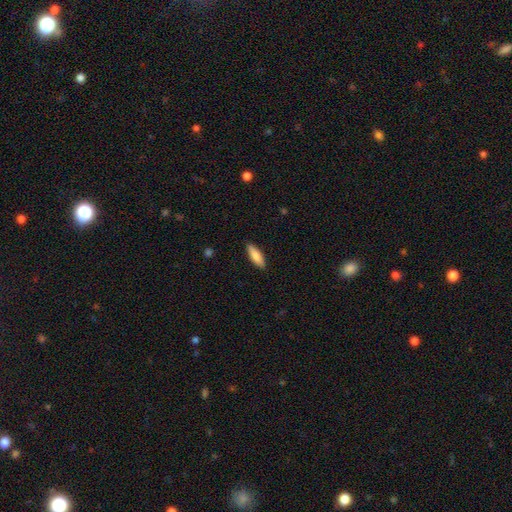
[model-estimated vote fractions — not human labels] Smooth or featured? Predicted: smooth (p=0.82). How rounded? Predicted: in between (p=0.52). Merging? Predicted: none (p=0.88).